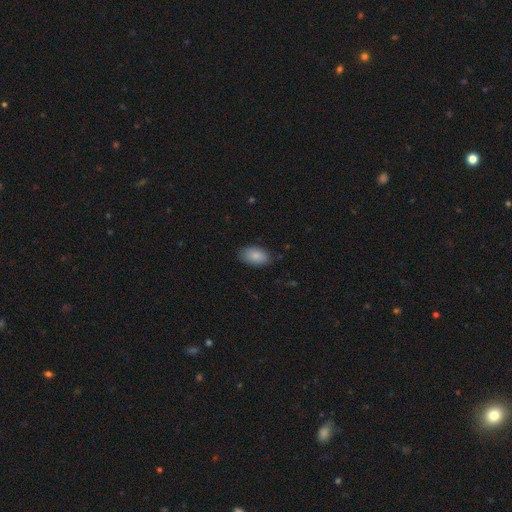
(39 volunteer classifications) Overall: smooth (87%). How rounded: in between (97%). Merging: none (92%).